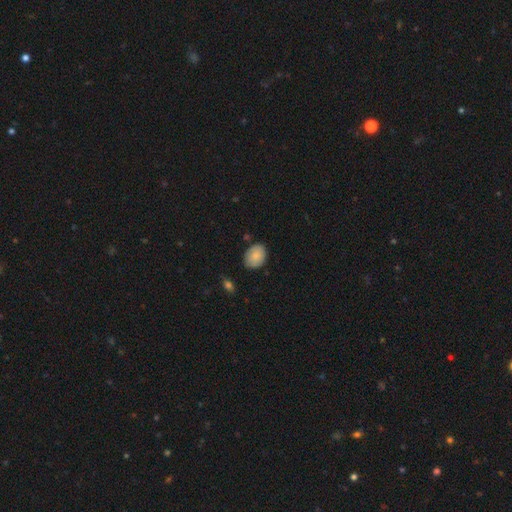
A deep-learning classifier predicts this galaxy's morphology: Smooth or featured? smooth (82%)
How rounded? in between (69%)
Merging? none (78%)